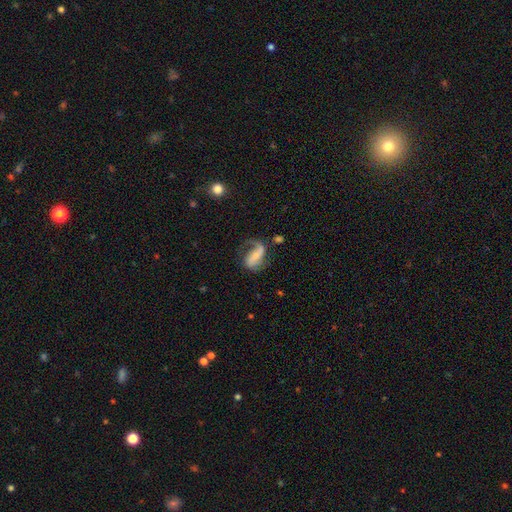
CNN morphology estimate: This is likely a featured or disk galaxy (72%). It is clearly not viewed edge-on (96%). Bar: marginally strong (35%). Spiral arm pattern: clearly yes (90%). Spiral arm count: likely 2 (61%). Spiral winding: possibly loose (52%). Central bulge: possibly small (56%). Merging: possibly none (45%).